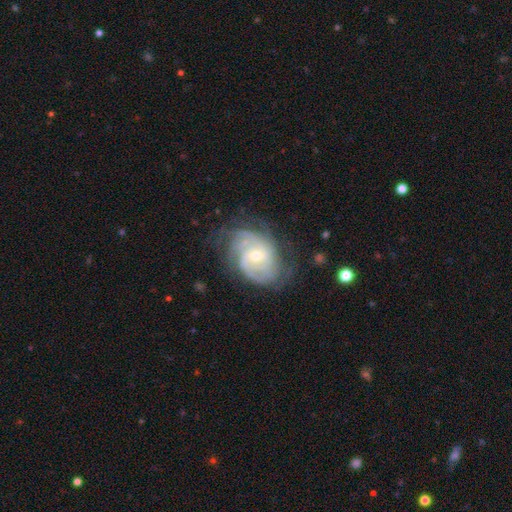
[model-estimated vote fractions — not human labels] Smooth or featured: featured or disk — 84% (smooth — 9%)
Edge-on disk: no — 97% (yes — 3%)
Bar: no — 53% (weak — 39%)
Spiral arms: yes — 95% (no — 5%)
Spiral winding: tight — 62% (medium — 30%)
Spiral arm count: can't tell — 36% (3 — 19%)
Bulge size: small — 56% (moderate — 40%)
Merging: none — 66% (minor disturbance — 21%)